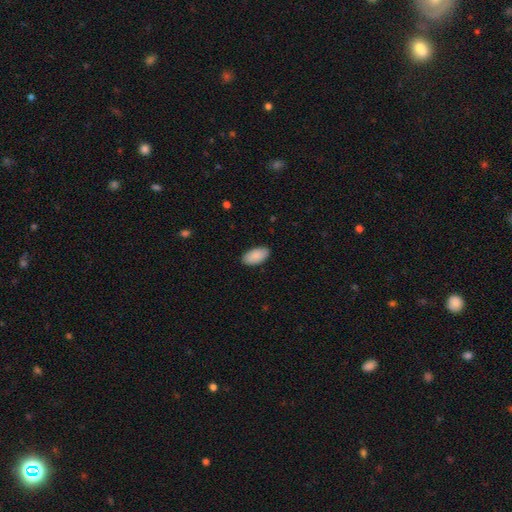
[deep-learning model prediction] The model was most divided on "merging": none: 87%, minor disturbance: 10%, major disturbance: 2%, merger: 1%. More confident: how rounded — in between (95%); smooth or featured — smooth (90%).